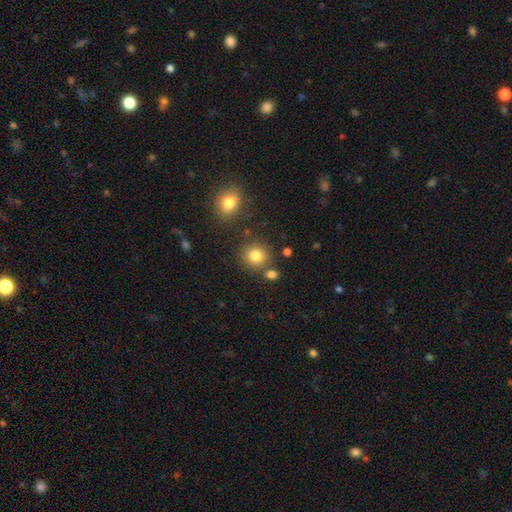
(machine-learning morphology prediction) This appears to be a smooth galaxy with no disk features (82%) that is round (87%). Merging: none (79%).